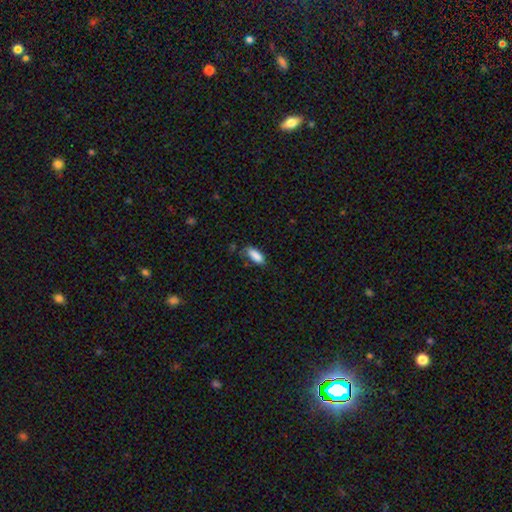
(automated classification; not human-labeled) Morphology: type=smooth (87%); roundness=in between (77%); merging=none (63%).